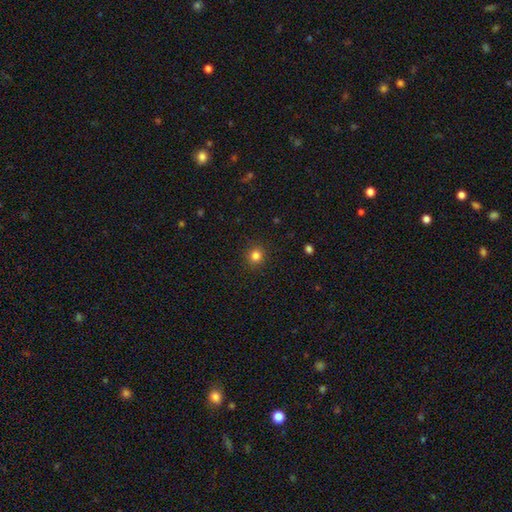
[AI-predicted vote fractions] Q: Smooth or featured?
A: smooth (83%); runner-up: star or artifact (12%)
Q: How rounded?
A: round (91%); runner-up: in between (8%)
Q: Merging?
A: none (91%); runner-up: minor disturbance (6%)